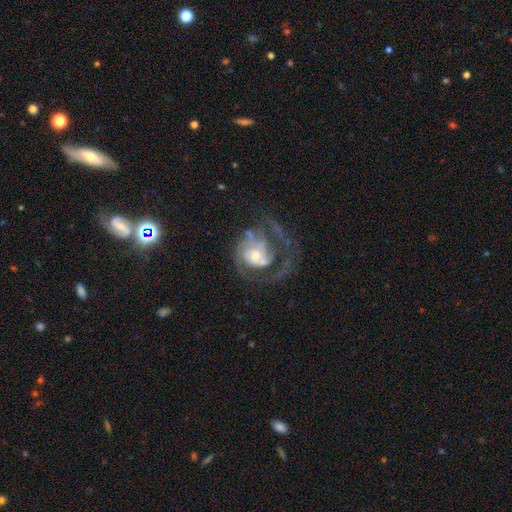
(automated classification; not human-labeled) Morphology: type=featured or disk (78%); edge-on=no (98%); bar=no (73%); spiral arms=yes (83%); winding=medium (41%); arm count=2 (30%); bulge=moderate (48%); merging=major disturbance (43%).